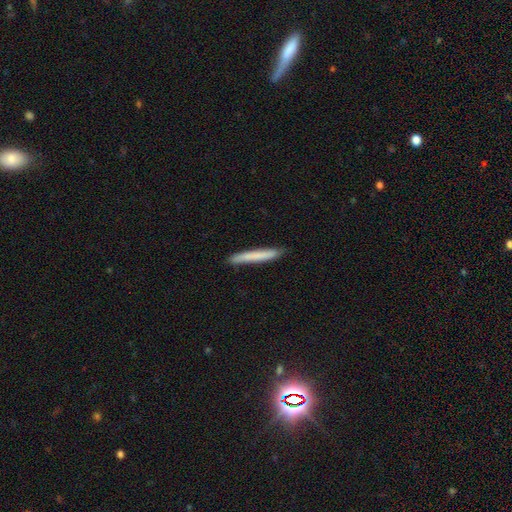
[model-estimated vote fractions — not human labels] This is likely a smooth galaxy (73%). How rounded: clearly cigar-shaped (97%). Merging: clearly none (88%).